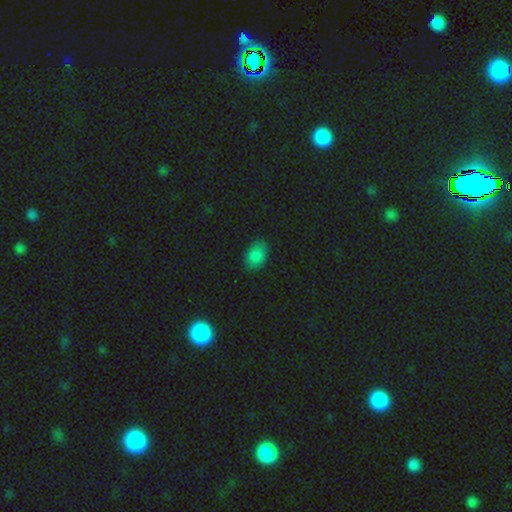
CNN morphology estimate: smooth_or_featured: smooth (p=0.81) [alt: star or artifact p=0.13]
how_rounded: in between (p=0.86) [alt: round p=0.13]
merging: none (p=0.82) [alt: minor disturbance p=0.14]